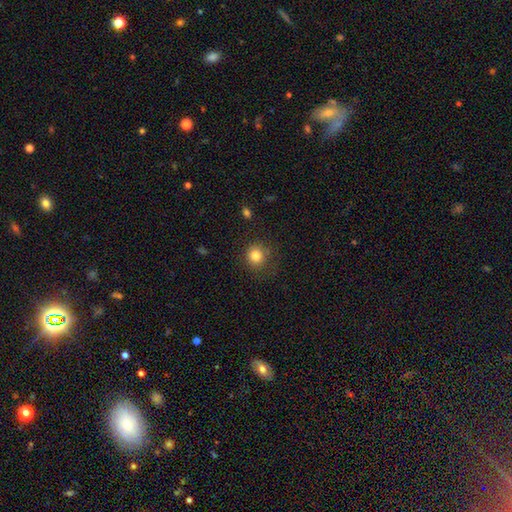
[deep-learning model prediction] Smooth or featured?
  - smooth: 82% *
  - star or artifact: 12%
  - featured or disk: 6%
How rounded?
  - round: 90% *
  - in between: 9%
  - cigar-shaped: 1%
Merging?
  - none: 83% *
  - minor disturbance: 11%
  - major disturbance: 4%
  - merger: 2%